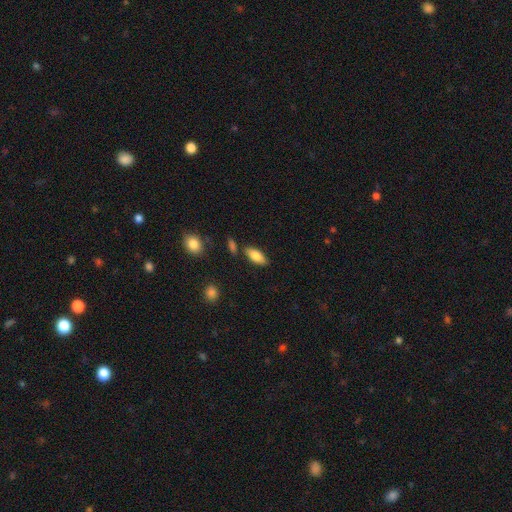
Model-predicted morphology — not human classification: Q: Smooth or featured?
A: smooth (82%); runner-up: featured or disk (12%)
Q: How rounded?
A: in between (86%); runner-up: cigar-shaped (11%)
Q: Merging?
A: none (80%); runner-up: minor disturbance (12%)